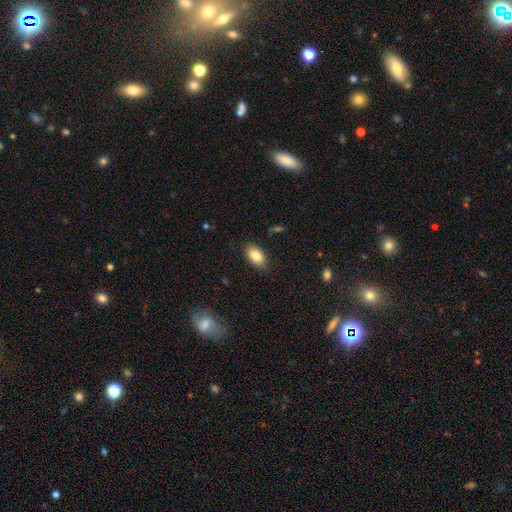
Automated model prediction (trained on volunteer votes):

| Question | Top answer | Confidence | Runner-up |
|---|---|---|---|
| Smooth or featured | smooth | 85% | star or artifact (7%) |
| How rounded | in between | 92% | round (6%) |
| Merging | none | 81% | minor disturbance (14%) |